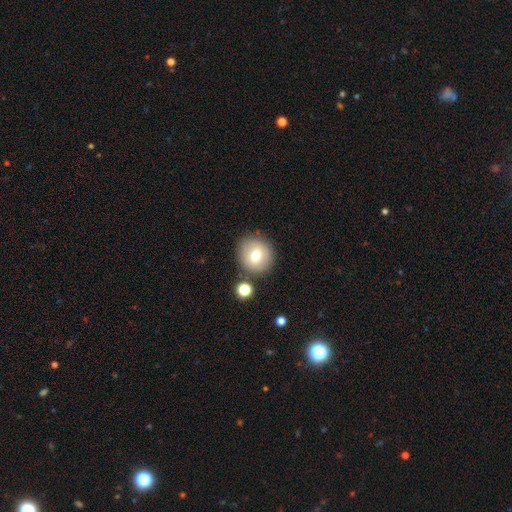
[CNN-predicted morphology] Q: Smooth or featured?
A: smooth (70%); runner-up: featured or disk (20%)
Q: How rounded?
A: round (90%); runner-up: in between (9%)
Q: Merging?
A: none (82%); runner-up: minor disturbance (9%)